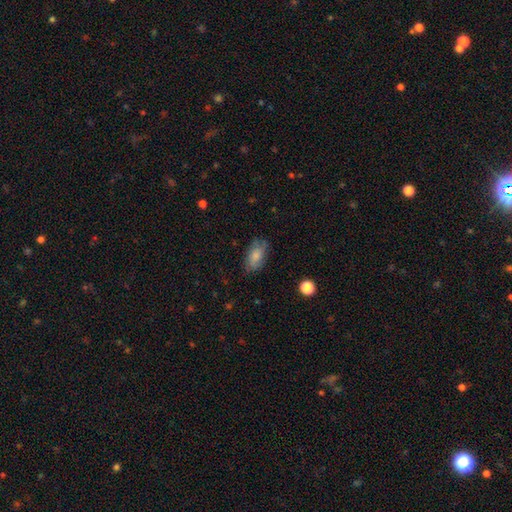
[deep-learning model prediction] Morphology: type=smooth (78%); roundness=in between (91%); merging=none (72%).